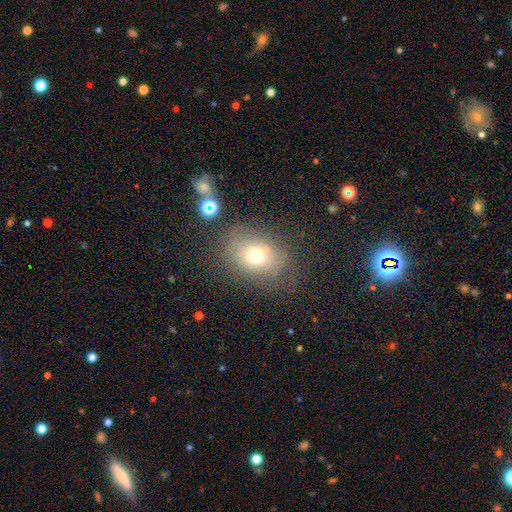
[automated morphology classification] Smooth or featured? Predicted: smooth (p=0.66). How rounded? Predicted: in between (p=0.62). Merging? Predicted: none (p=0.69).